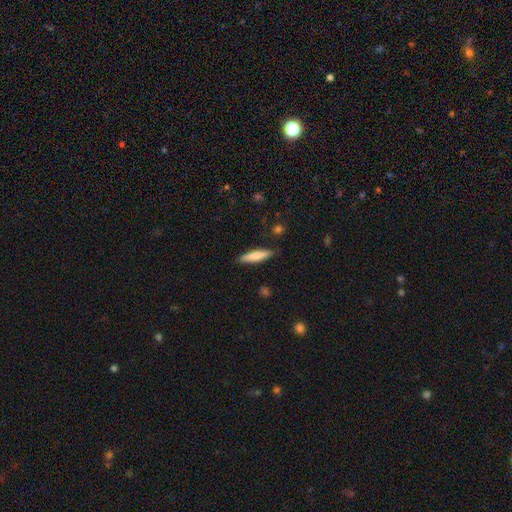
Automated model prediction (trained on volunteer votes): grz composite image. It shows a smooth galaxy with no disk features (74%) that is cigar-shaped (84%). Merging: none (86%).